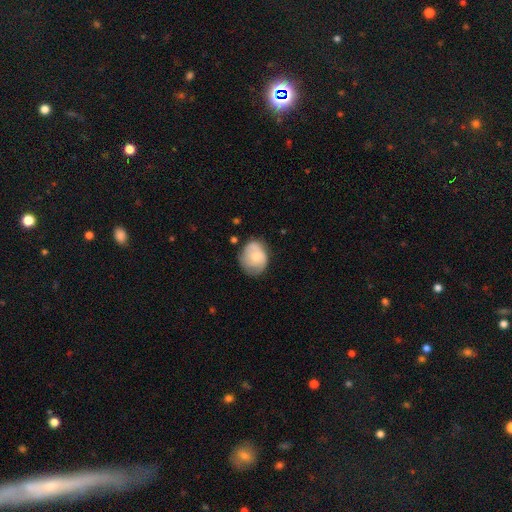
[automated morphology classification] Q: Smooth or featured?
A: smooth (52%); runner-up: featured or disk (41%)
Q: How rounded?
A: round (55%); runner-up: in between (44%)
Q: Merging?
A: none (59%); runner-up: minor disturbance (29%)